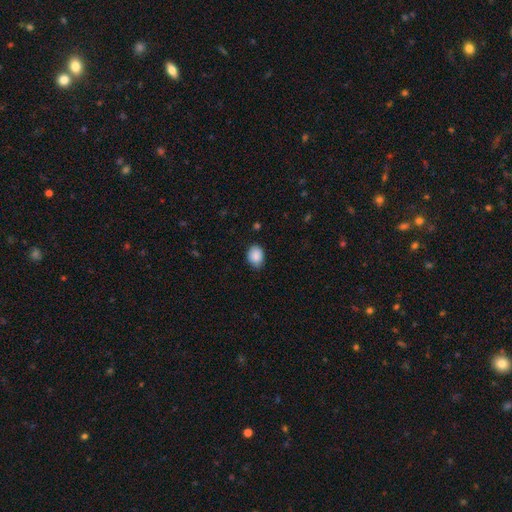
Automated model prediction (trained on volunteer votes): Smooth or featured? smooth (89%)
How rounded? in between (69%)
Merging? none (78%)